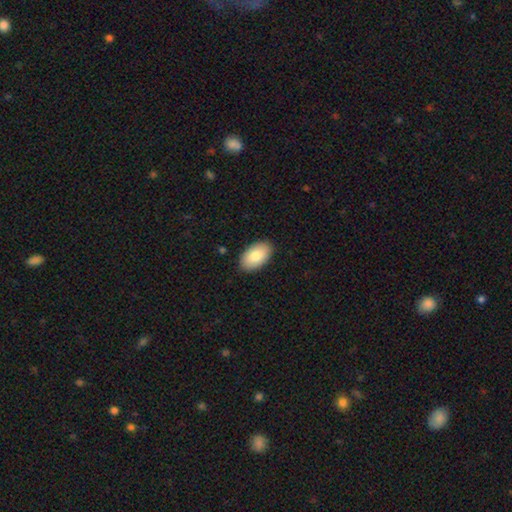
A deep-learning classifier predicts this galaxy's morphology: smooth 82%, featured or disk 12%, star or artifact 6%. Down the decision tree: how rounded — in between (95%); merging — none (89%).